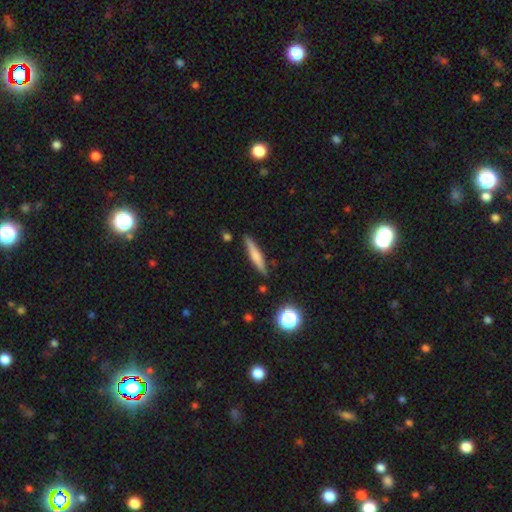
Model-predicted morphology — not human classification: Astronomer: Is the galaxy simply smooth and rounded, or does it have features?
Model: smooth — 56% (runner-up: featured or disk, 36%).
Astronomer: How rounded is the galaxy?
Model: cigar-shaped — 91%.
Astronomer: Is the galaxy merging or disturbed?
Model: none — 86%.